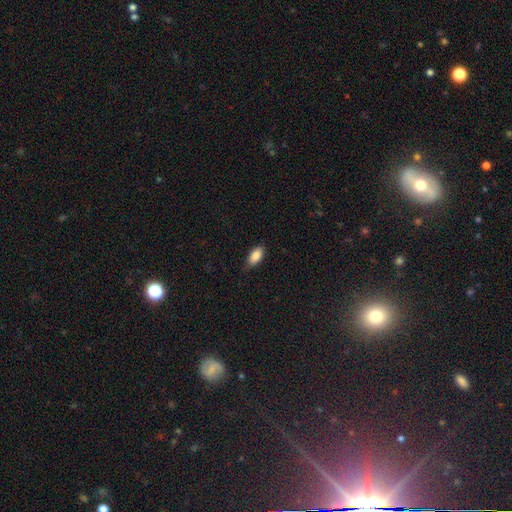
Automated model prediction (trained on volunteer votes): Smooth or featured? Predicted: smooth (p=0.88). How rounded? Predicted: in between (p=0.91). Merging? Predicted: none (p=0.77).